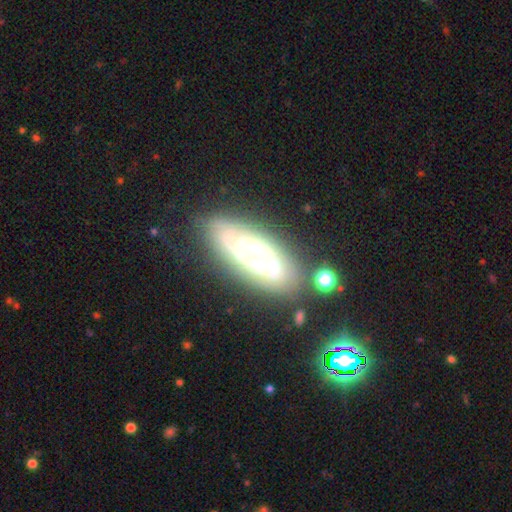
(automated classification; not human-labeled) Smooth or featured? Predicted: featured or disk (p=0.78). Edge-on disk? Predicted: no (p=0.86). Bar? Predicted: no (p=0.65). Spiral arms? Predicted: yes (p=0.94). Spiral winding? Predicted: tight (p=0.56). Spiral arm count? Predicted: 2 (p=0.39). Bulge size? Predicted: large (p=0.41). Merging? Predicted: none (p=0.72).